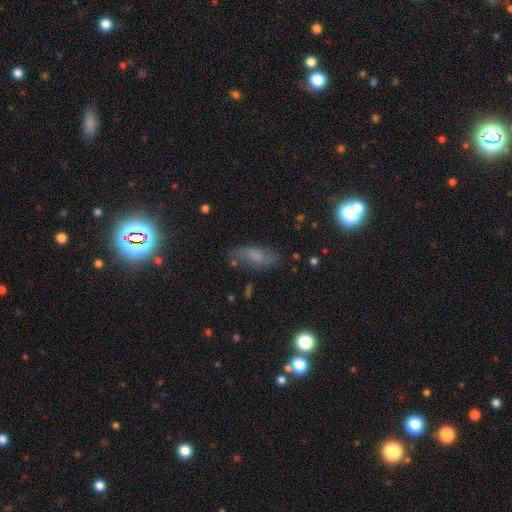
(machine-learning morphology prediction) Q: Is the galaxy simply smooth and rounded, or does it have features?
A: smooth — 48%.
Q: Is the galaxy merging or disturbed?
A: none — 67%.